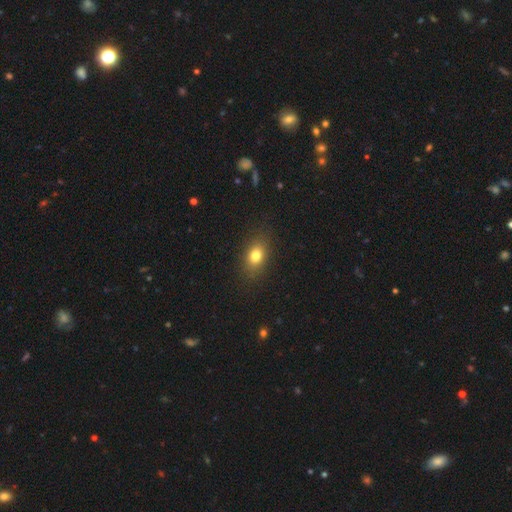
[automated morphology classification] Overall: smooth (78%). How rounded: in between (71%). Merging: none (85%).